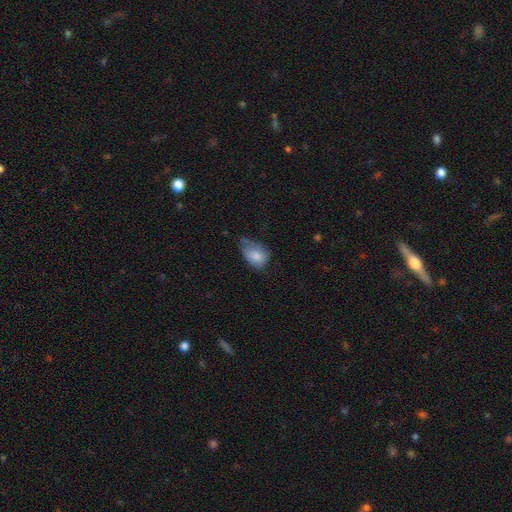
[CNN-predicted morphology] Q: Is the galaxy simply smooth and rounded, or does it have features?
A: smooth — 76%.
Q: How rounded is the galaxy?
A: in between — 82%.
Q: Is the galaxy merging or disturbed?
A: minor disturbance — 45%.